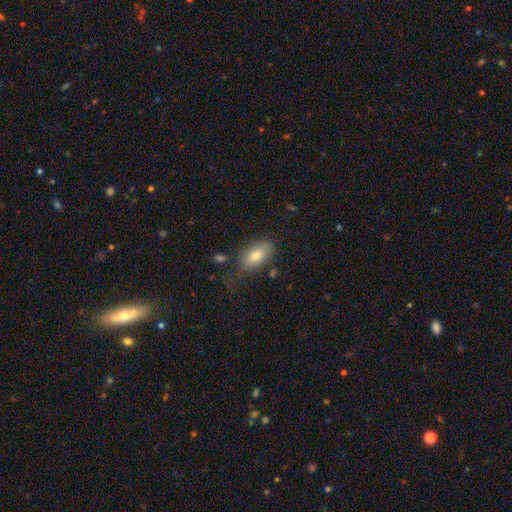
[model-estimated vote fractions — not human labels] This is likely a smooth galaxy (75%). How rounded: clearly in between (90%). Merging: likely none (69%).